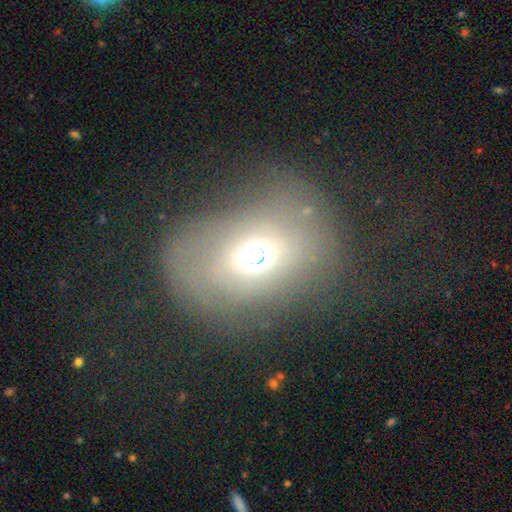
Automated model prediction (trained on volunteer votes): This is possibly a smooth galaxy (55%). How rounded: likely in between (75%). Merging: likely none (73%).